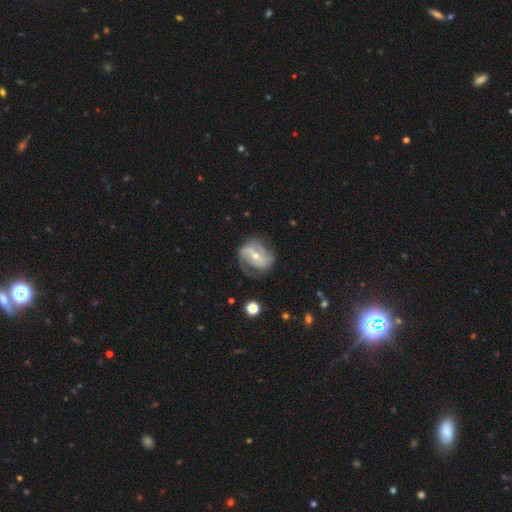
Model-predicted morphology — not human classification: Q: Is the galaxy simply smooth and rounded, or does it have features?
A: featured or disk — 77%.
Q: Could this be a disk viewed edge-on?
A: no — 97%.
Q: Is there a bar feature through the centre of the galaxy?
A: weak — 41%.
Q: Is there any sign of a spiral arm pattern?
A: yes — 86%.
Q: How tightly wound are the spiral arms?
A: medium — 42%.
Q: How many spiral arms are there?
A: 2 — 63%.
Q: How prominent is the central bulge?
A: moderate — 55%.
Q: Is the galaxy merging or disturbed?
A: none — 54%.